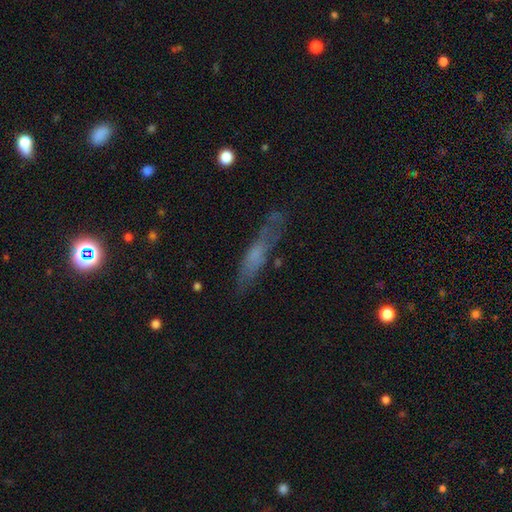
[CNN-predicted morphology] Smooth or featured? Predicted: smooth (p=0.50). Merging? Predicted: none (p=0.64).